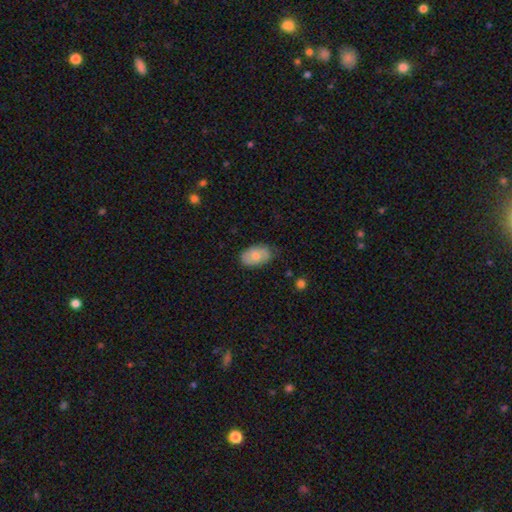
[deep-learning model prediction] Smooth or featured? smooth (67%)
How rounded? in between (90%)
Merging? none (76%)